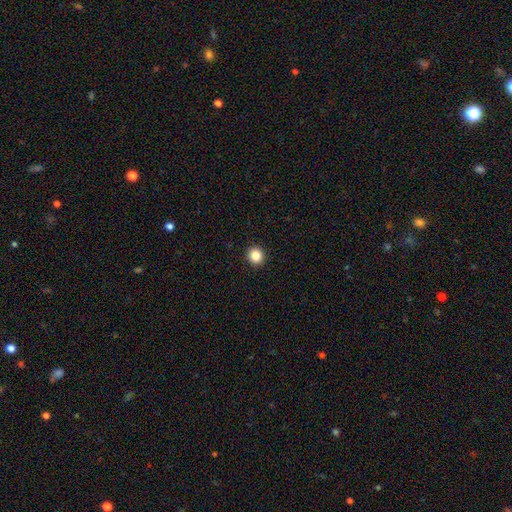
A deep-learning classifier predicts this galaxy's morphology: smooth_or_featured: smooth (p=0.85) [alt: star or artifact p=0.11]
how_rounded: round (p=0.92) [alt: in between p=0.07]
merging: none (p=0.93) [alt: minor disturbance p=0.04]